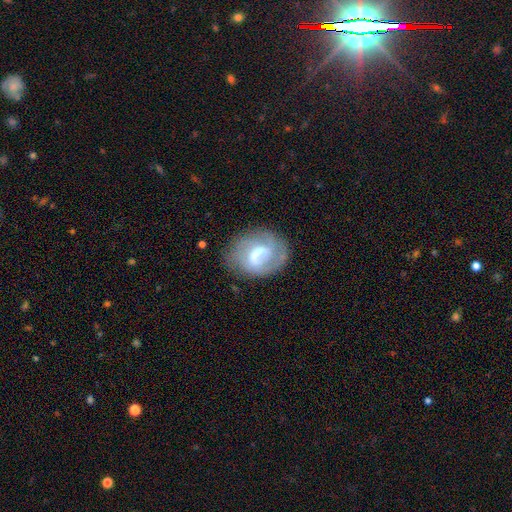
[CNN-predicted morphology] Smooth or featured? featured or disk (64%)
Edge-on disk? no (97%)
Bar? weak (49%)
Spiral arms? yes (76%)
Bulge size? moderate (38%)
Merging? none (63%)